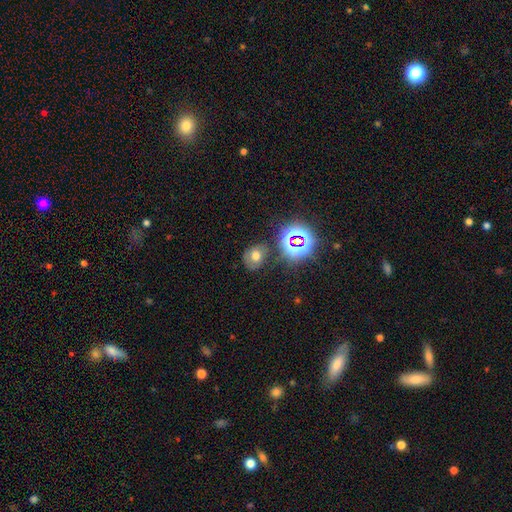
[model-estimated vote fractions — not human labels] A smooth galaxy with no disk features (56%) that is round (50%). Merging: none (69%).